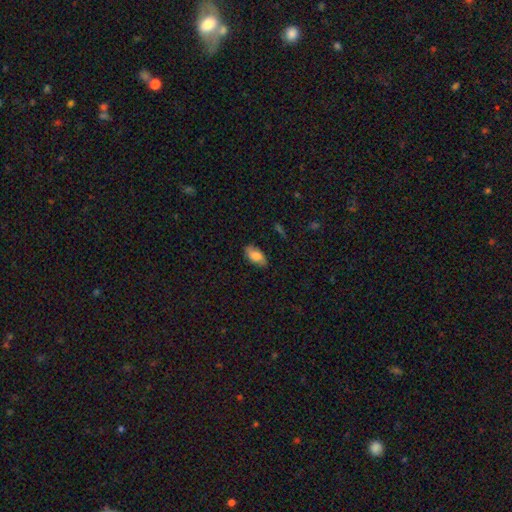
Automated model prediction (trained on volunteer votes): A smooth galaxy with no disk features (78%) that is in between round and cigar-shaped (92%). Merging: none (78%).